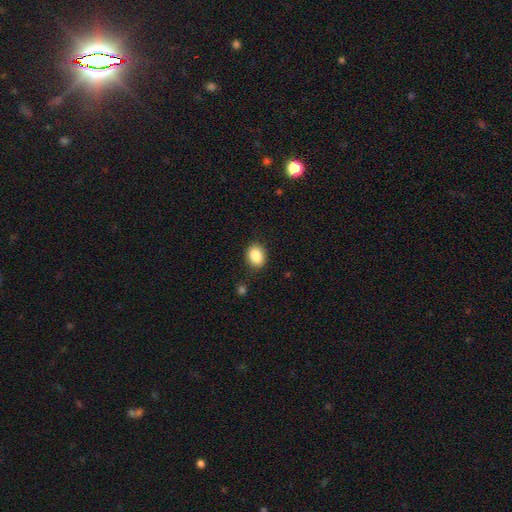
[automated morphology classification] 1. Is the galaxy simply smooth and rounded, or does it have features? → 86% smooth, 9% star or artifact, 5% featured or disk.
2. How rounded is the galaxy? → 60% in between, 39% round, 1% cigar-shaped.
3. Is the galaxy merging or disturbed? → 84% none, 11% minor disturbance, 3% major disturbance, 2% merger.